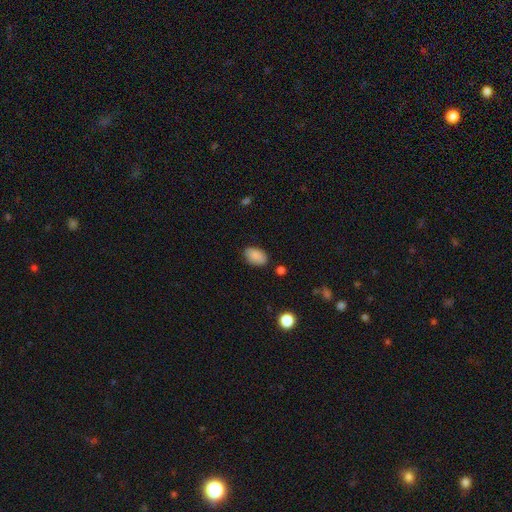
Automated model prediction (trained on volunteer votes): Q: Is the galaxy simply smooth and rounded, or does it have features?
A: smooth — 87%.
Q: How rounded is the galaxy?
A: in between — 91%.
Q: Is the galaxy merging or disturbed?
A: none — 83%.